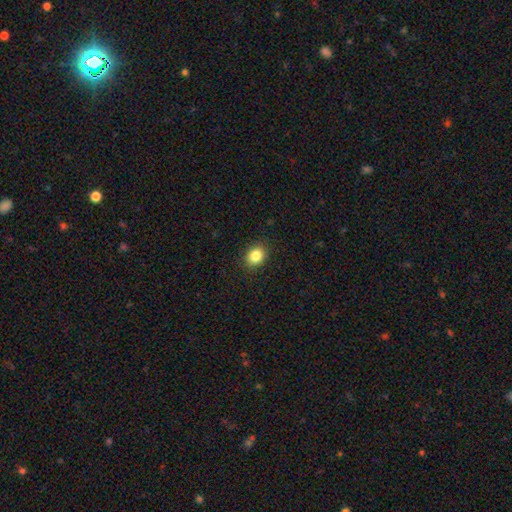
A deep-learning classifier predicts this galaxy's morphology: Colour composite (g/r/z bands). It shows a smooth galaxy with no disk features (85%) that is round (53%). Merging: none (89%).